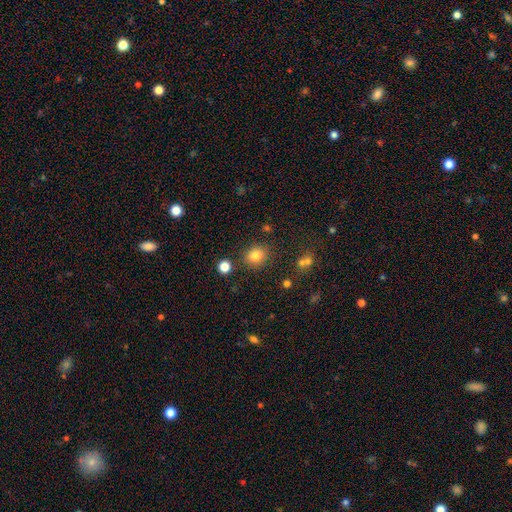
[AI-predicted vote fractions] smooth_or_featured: smooth (p=0.81) [alt: star or artifact p=0.12]
how_rounded: round (p=0.73) [alt: in between p=0.26]
merging: none (p=0.85) [alt: minor disturbance p=0.09]